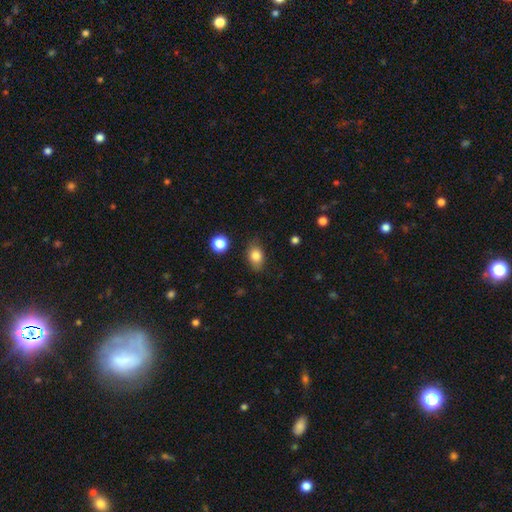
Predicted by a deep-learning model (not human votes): The model was most divided on "how rounded": in between: 75%, round: 23%, cigar-shaped: 2%. More confident: smooth or featured — smooth (83%); merging — none (76%).